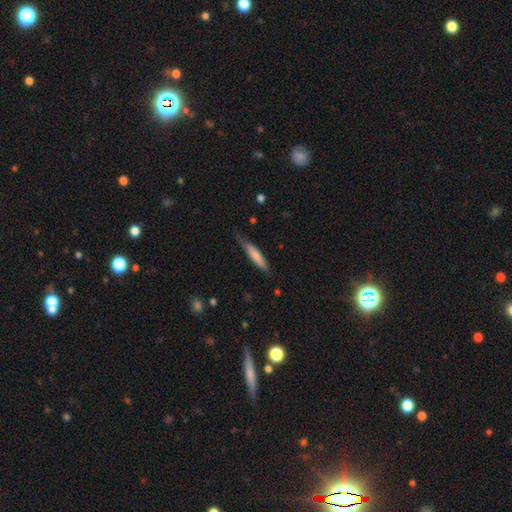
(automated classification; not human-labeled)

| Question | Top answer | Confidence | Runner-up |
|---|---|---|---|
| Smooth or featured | smooth | 74% | featured or disk (21%) |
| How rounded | cigar-shaped | 83% | in between (15%) |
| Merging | none | 65% | minor disturbance (27%) |